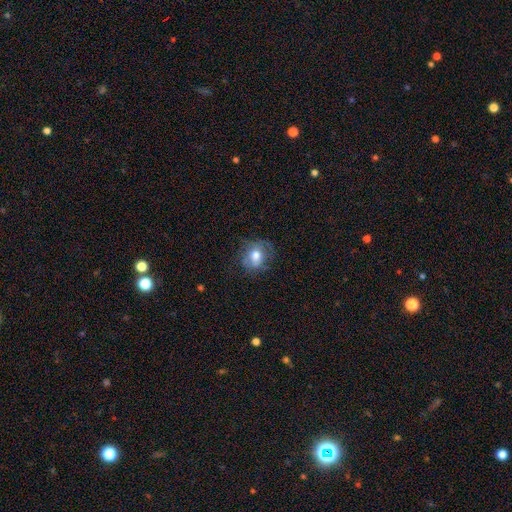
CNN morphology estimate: This appears to be a smooth galaxy with no disk features (65%) that is round (66%). Merging: none (60%).